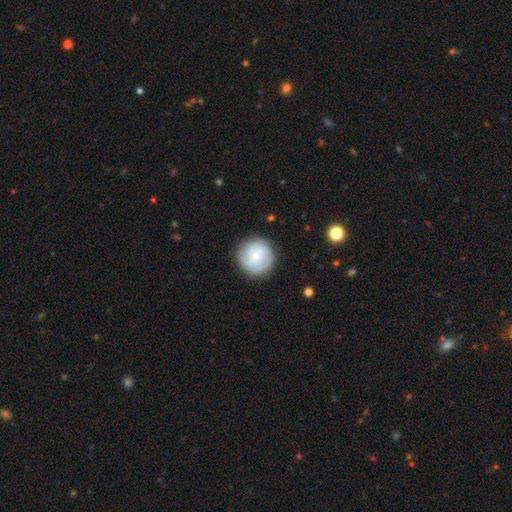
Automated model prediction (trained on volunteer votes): Smooth or featured?
  - smooth: 67% *
  - featured or disk: 26%
  - star or artifact: 7%
How rounded?
  - round: 95% *
  - in between: 4%
  - cigar-shaped: 1%
Merging?
  - none: 87% *
  - minor disturbance: 9%
  - major disturbance: 3%
  - merger: 1%